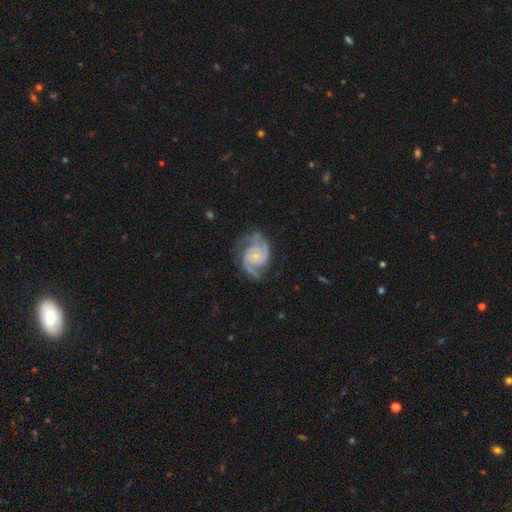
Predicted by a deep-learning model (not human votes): A featured or disk galaxy (91%) with no bar (64%), 2 (82%) medium (51%) spiral arms (98%) and a small central bulge (70%).

Vote fractions:
- Smooth or featured? featured or disk: 91% / smooth: 5% / star or artifact: 4%
- Edge-on disk? no: 98% / yes: 2%
- Bar? no: 64% / weak: 30% / strong: 7%
- Spiral arms? yes: 98% / no: 2%
- Spiral winding? medium: 51% / tight: 38% / loose: 11%
- Spiral arm count? 2: 82% / 3: 9% / can't tell: 4% / 1: 2% / 4: 2% / more than 4: 2%
- Bulge size? small: 70% / moderate: 17% / none: 11% / large: 2% / dominant: 1%
- Merging? none: 72% / minor disturbance: 18% / major disturbance: 8% / merger: 1%